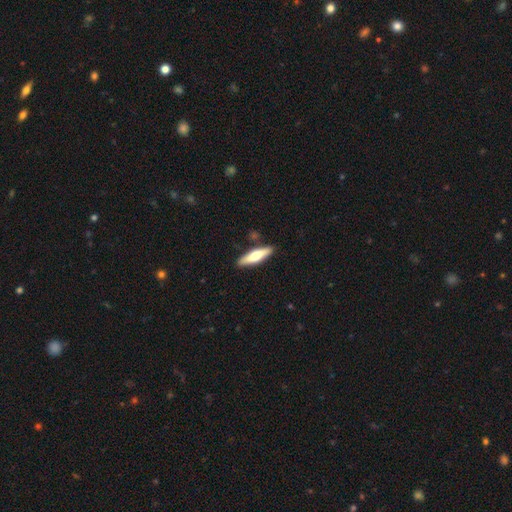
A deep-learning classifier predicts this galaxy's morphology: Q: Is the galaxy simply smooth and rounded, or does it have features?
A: smooth — 58%.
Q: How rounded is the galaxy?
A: cigar-shaped — 73%.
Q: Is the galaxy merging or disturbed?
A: none — 85%.